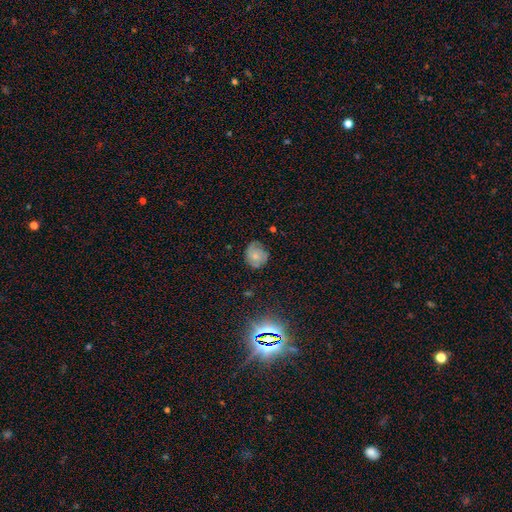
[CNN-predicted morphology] Smooth or featured? smooth (46%)
Merging? none (67%)